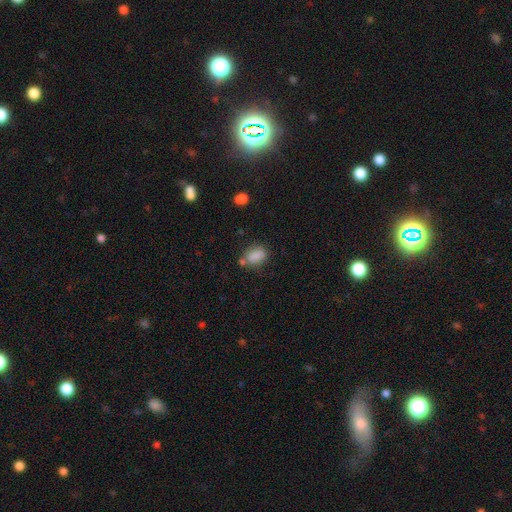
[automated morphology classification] Smooth or featured? Predicted: smooth (p=0.84). How rounded? Predicted: in between (p=0.79). Merging? Predicted: none (p=0.63).